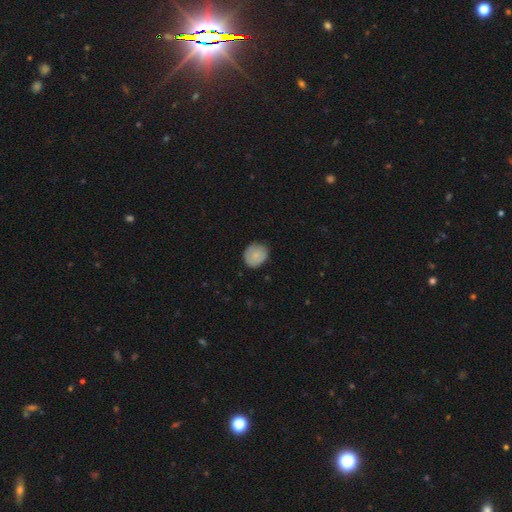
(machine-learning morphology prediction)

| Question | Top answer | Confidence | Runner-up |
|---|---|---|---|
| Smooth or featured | smooth | 77% | featured or disk (16%) |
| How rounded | round | 76% | in between (23%) |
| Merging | none | 76% | minor disturbance (19%) |